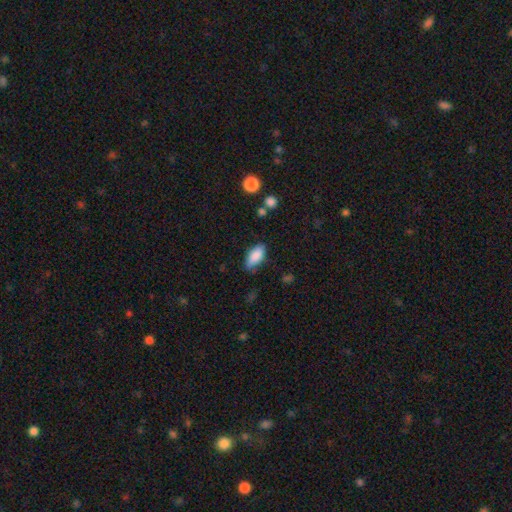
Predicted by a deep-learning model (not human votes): smooth-or-featured: smooth: 86% | star or artifact: 7% | featured or disk: 7%
  how-rounded: in between: 88% | cigar-shaped: 9% | round: 2%
  merging: none: 69% | minor disturbance: 24% | major disturbance: 5% | merger: 2%